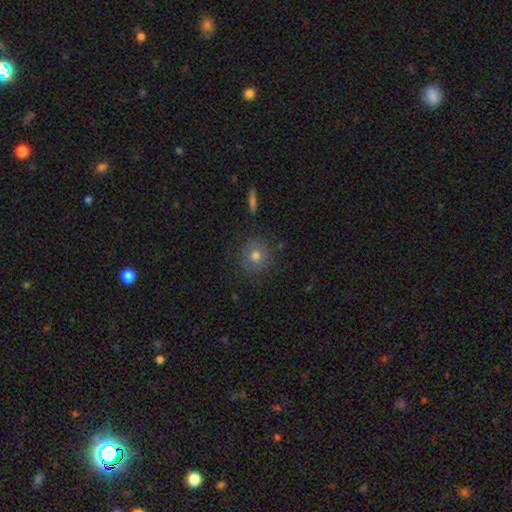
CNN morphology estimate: A smooth galaxy with no disk features (73%) that is round (91%).

Vote fractions:
- Smooth or featured? smooth: 73% / featured or disk: 14% / star or artifact: 13%
- How rounded? round: 91% / in between: 7% / cigar-shaped: 1%
- Merging? none: 85% / minor disturbance: 10% / major disturbance: 3% / merger: 2%